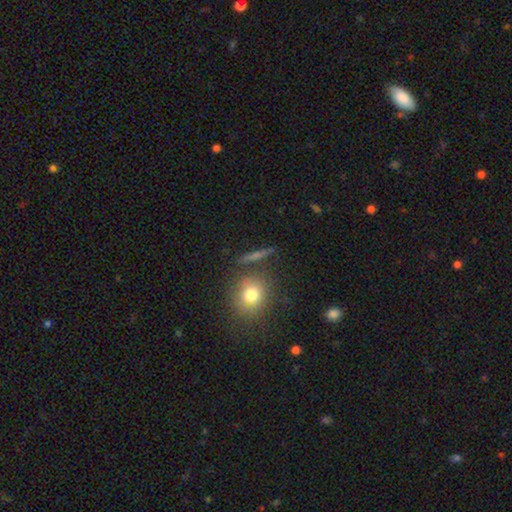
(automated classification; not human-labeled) smooth_or_featured: smooth (p=0.51) [alt: featured or disk p=0.31]
how_rounded: round (p=0.40) [alt: cigar-shaped p=0.39]
merging: none (p=0.82) [alt: minor disturbance p=0.09]